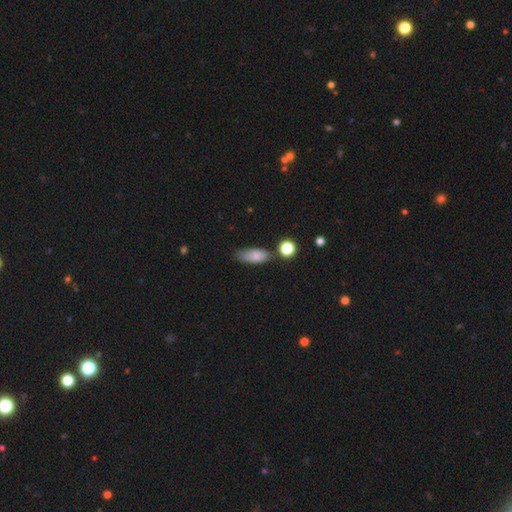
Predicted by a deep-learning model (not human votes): Q: Smooth or featured?
A: smooth (80%); runner-up: featured or disk (12%)
Q: How rounded?
A: in between (79%); runner-up: cigar-shaped (17%)
Q: Merging?
A: none (64%); runner-up: minor disturbance (24%)